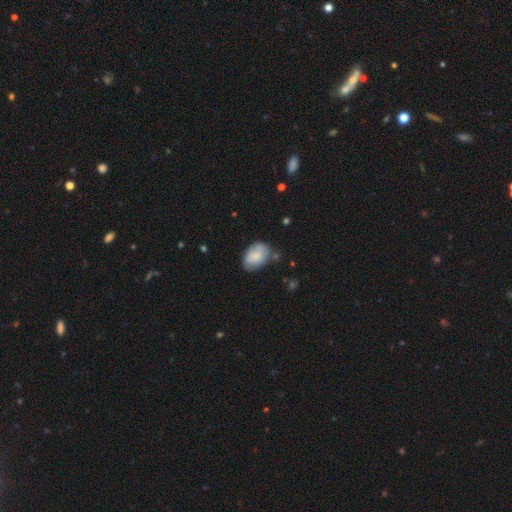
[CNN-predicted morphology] This is likely a smooth galaxy (79%). How rounded: clearly in between (86%). Merging: likely none (62%).